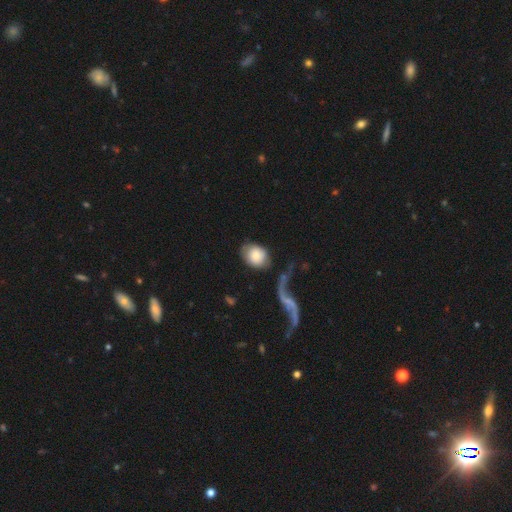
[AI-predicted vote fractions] This appears to be a smooth galaxy with no disk features (69%) that is round (58%). Merging: none (51%).